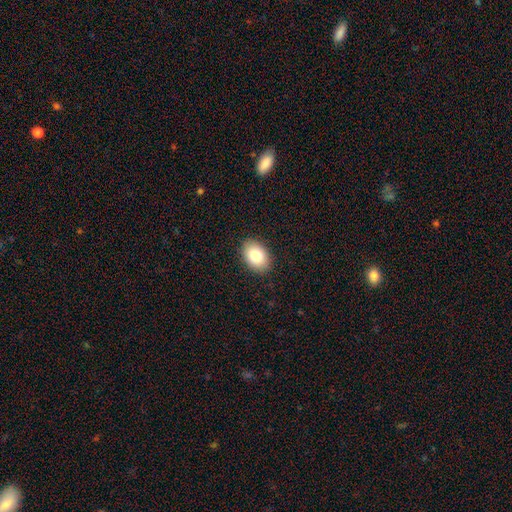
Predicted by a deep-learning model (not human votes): Smooth or featured? smooth (82%)
How rounded? in between (83%)
Merging? none (89%)